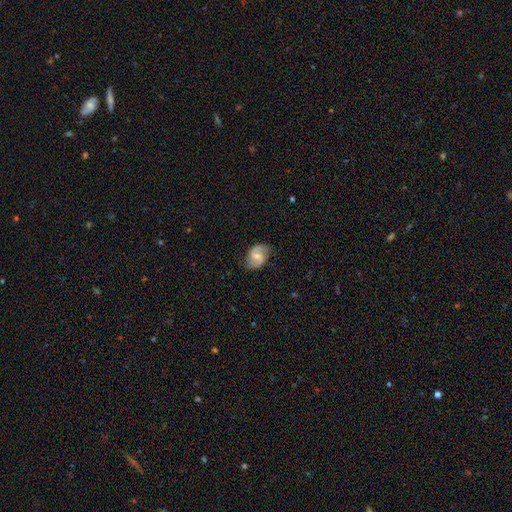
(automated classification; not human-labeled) This is likely a featured or disk galaxy (76%). It is clearly not viewed edge-on (98%). Bar: possibly weak (52%). Spiral arm pattern: clearly yes (95%). Spiral arm count: clearly 2 (92%). Spiral winding: possibly medium (51%). Central bulge: possibly moderate (48%). Merging: clearly none (81%).